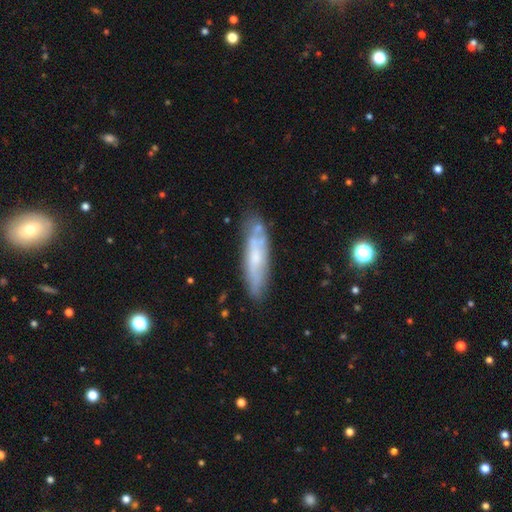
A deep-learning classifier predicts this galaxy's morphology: Smooth or featured: featured or disk — 49% (smooth — 44%)
Merging: none — 69% (minor disturbance — 20%)